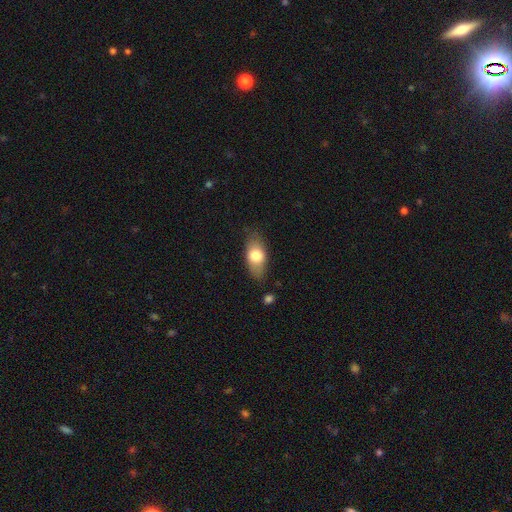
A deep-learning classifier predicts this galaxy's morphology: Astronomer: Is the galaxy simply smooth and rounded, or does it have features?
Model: smooth — 71%.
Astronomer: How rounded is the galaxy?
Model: in between — 86%.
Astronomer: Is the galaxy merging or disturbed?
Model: none — 77%.